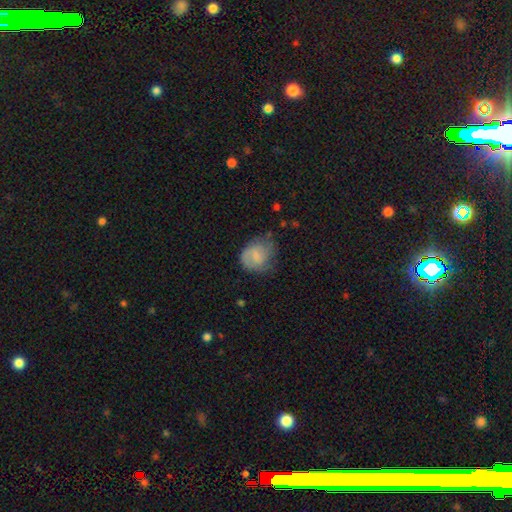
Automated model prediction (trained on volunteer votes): smooth 54%, featured or disk 38%, star or artifact 8%. Down the decision tree: how rounded — round (61%); merging — none (49%).